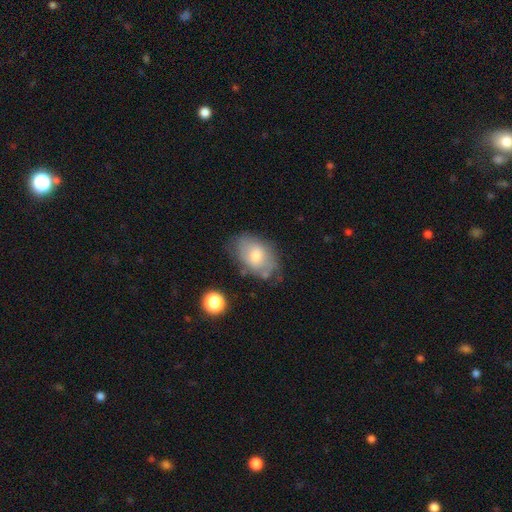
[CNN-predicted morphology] This appears to be a smooth galaxy with no disk features (64%) that is in between round and cigar-shaped (89%). Merging: none (61%).